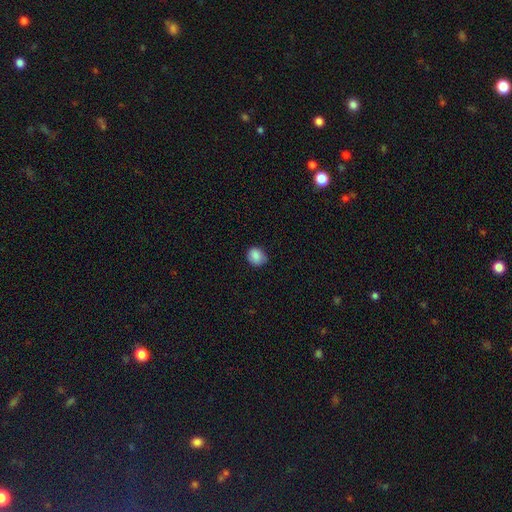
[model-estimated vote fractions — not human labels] Smooth or featured: smooth — 87% (star or artifact — 9%)
How rounded: round — 67% (in between — 32%)
Merging: none — 78% (minor disturbance — 18%)